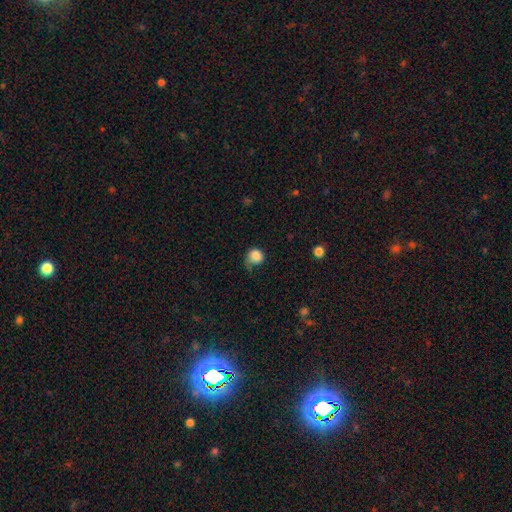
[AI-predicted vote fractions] Smooth or featured? smooth (83%)
How rounded? round (76%)
Merging? none (42%)